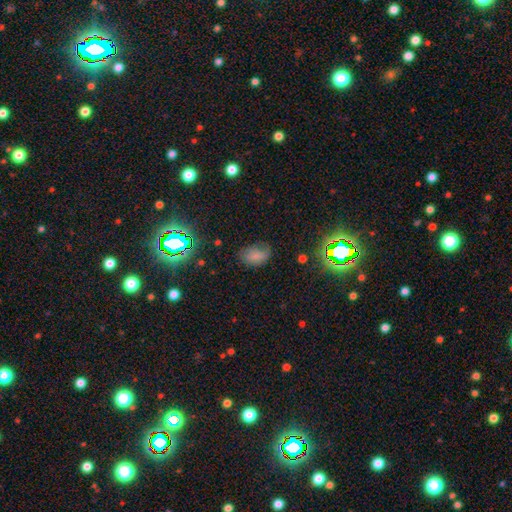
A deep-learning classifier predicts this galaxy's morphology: Smooth or featured?
  - smooth: 73% *
  - star or artifact: 16%
  - featured or disk: 11%
How rounded?
  - in between: 88% *
  - round: 11%
  - cigar-shaped: 2%
Merging?
  - none: 61% *
  - minor disturbance: 27%
  - major disturbance: 9%
  - merger: 2%